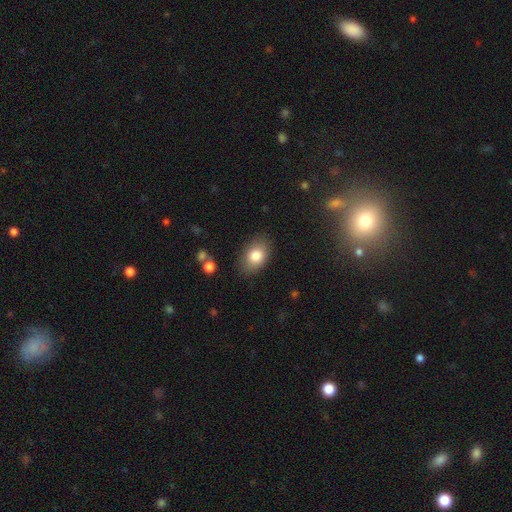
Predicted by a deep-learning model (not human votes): Morphology: type=smooth (81%); roundness=in between (83%); merging=none (83%).